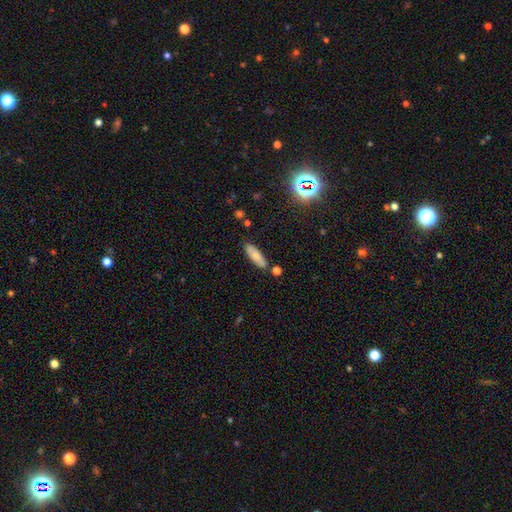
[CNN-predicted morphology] This is likely a smooth galaxy (74%). How rounded: possibly in between (52%). Merging: clearly none (80%).